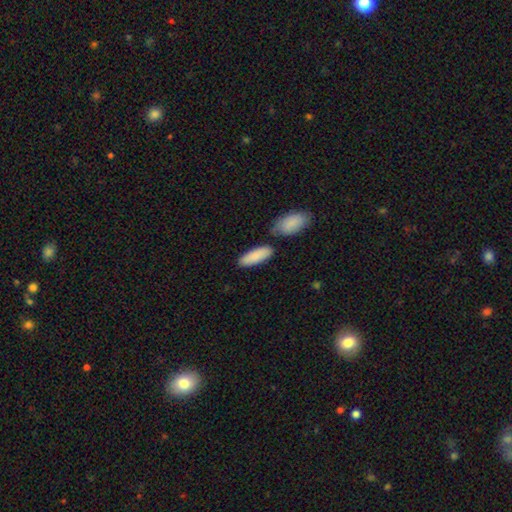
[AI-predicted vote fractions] smooth 87%, featured or disk 7%, star or artifact 5%. Down the decision tree: how rounded — in between (64%); merging — none (70%).